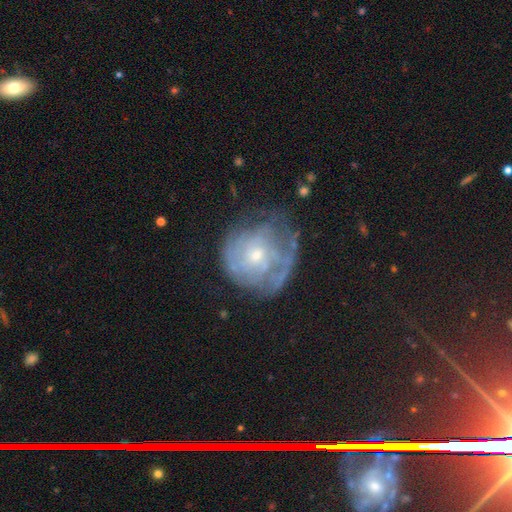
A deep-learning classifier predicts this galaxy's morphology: A featured or disk galaxy (68%) with no bar (77%), spiral arms (69%) and a small central bulge (62%). Merging: none (52%).